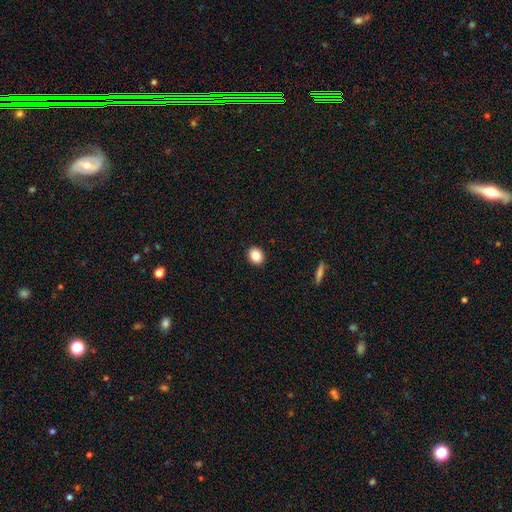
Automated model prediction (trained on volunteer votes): A smooth galaxy with no disk features (86%) that is round (54%).

Vote fractions:
- Smooth or featured? smooth: 86% / star or artifact: 9% / featured or disk: 5%
- How rounded? round: 54% / in between: 44% / cigar-shaped: 1%
- Merging? none: 92% / minor disturbance: 6% / major disturbance: 2% / merger: 1%